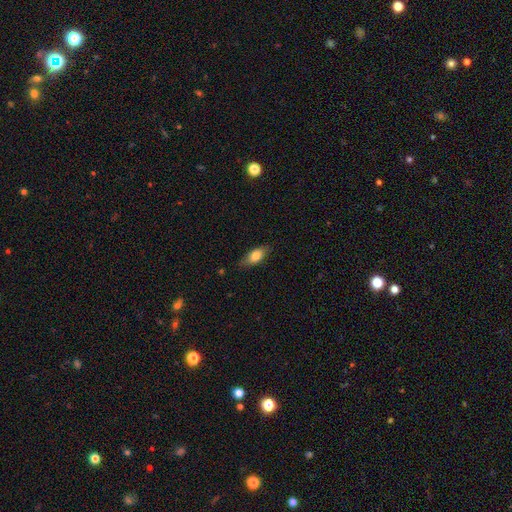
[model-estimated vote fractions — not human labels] The model was most divided on "smooth or featured": smooth: 76%, featured or disk: 17%, star or artifact: 7%. More confident: how rounded — in between (81%); merging — none (77%).